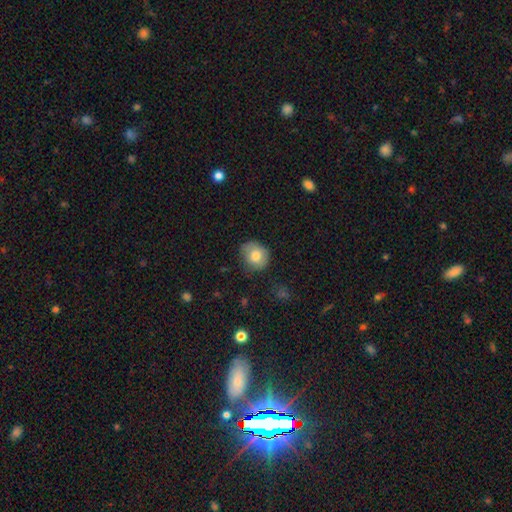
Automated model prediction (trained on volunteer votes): A smooth galaxy with no disk features (77%) that is round (74%). Merging: none (68%).